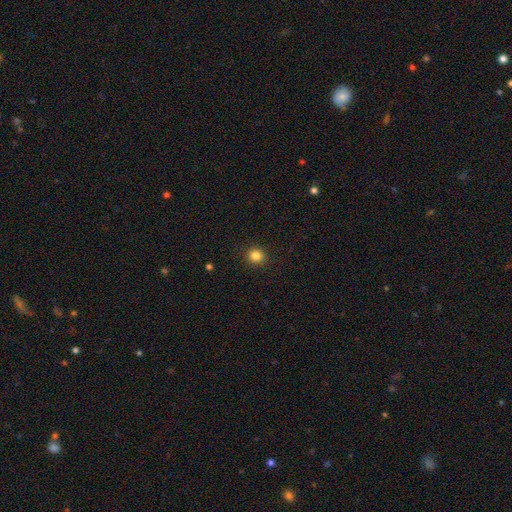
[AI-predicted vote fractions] smooth-or-featured: smooth: 84% | star or artifact: 12% | featured or disk: 4%
  how-rounded: round: 87% | in between: 12% | cigar-shaped: 1%
  merging: none: 92% | minor disturbance: 5% | major disturbance: 2% | merger: 1%